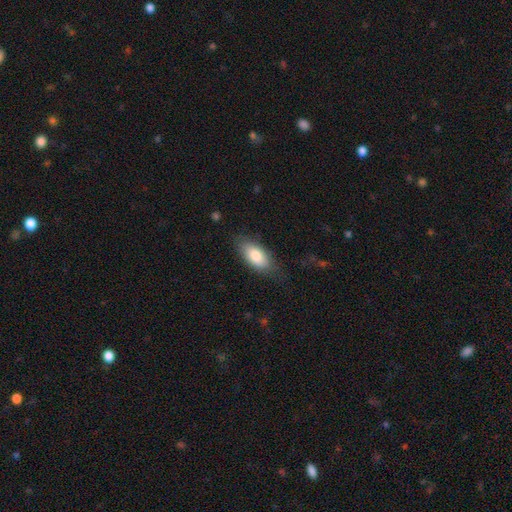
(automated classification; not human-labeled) Smooth or featured? Predicted: smooth (p=0.82). How rounded? Predicted: in between (p=0.88). Merging? Predicted: none (p=0.73).